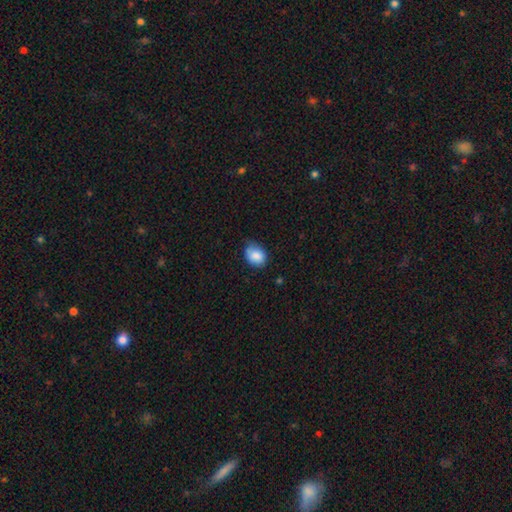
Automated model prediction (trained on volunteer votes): The model was most divided on "how rounded": in between: 60%, round: 39%, cigar-shaped: 1%. More confident: smooth or featured — smooth (85%); merging — none (59%).